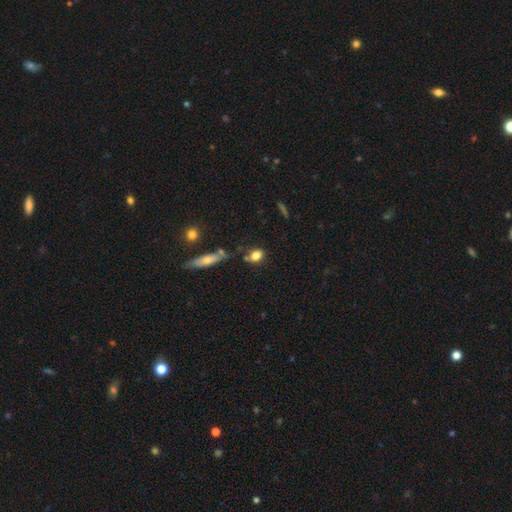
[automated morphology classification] A smooth galaxy with no disk features (82%) that is in between round and cigar-shaped (55%).

Vote fractions:
- Smooth or featured? smooth: 82% / star or artifact: 10% / featured or disk: 8%
- How rounded? in between: 55% / round: 41% / cigar-shaped: 4%
- Merging? none: 67% / minor disturbance: 17% / merger: 11% / major disturbance: 5%